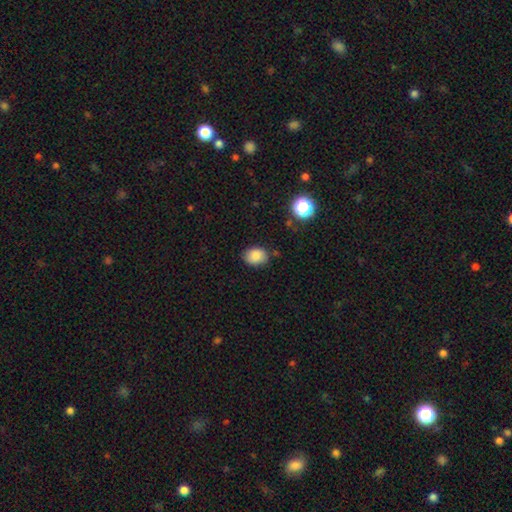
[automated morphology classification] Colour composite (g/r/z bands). It shows a smooth galaxy with no disk features (84%) that is in between round and cigar-shaped (64%). Merging: none (78%).